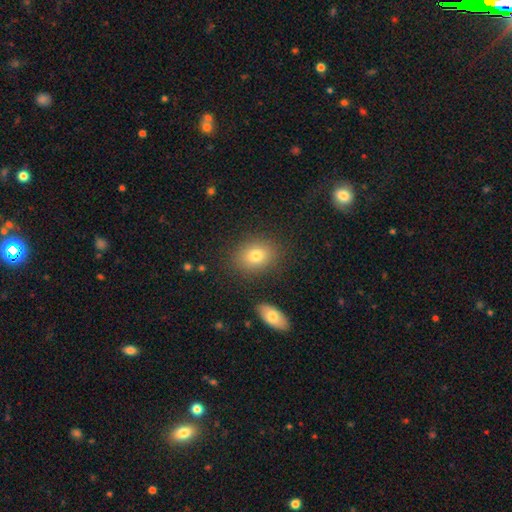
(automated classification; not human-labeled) This is likely a smooth galaxy (79%). How rounded: likely in between (63%). Merging: clearly none (84%).